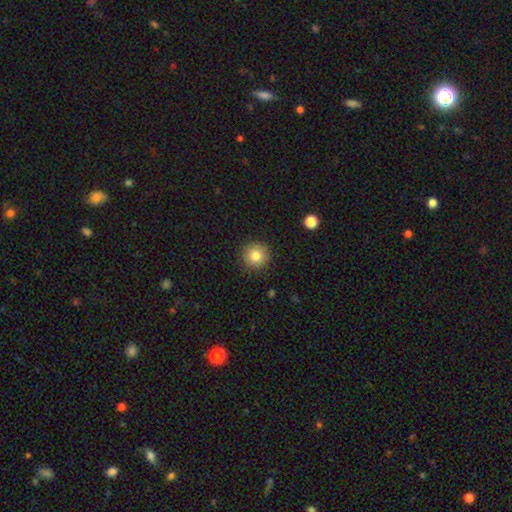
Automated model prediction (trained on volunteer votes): Smooth or featured? smooth (81%)
How rounded? round (95%)
Merging? none (91%)